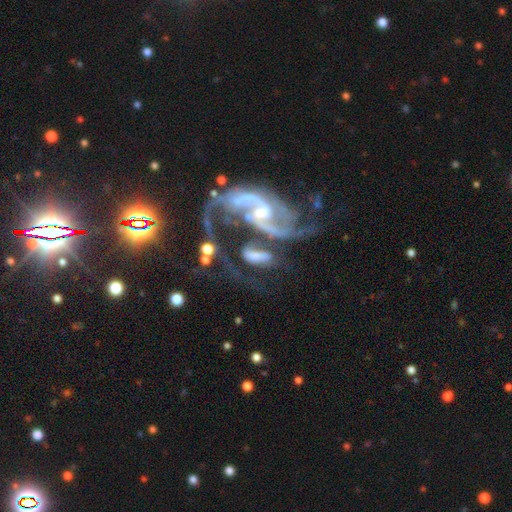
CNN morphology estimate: Smooth or featured?
  - featured or disk: 57% *
  - smooth: 32%
  - star or artifact: 11%
Edge-on disk?
  - no: 90% *
  - yes: 10%
Bar?
  - no: 39% *
  - weak: 36%
  - strong: 24%
Spiral arms?
  - yes: 83% *
  - no: 17%
Bulge size?
  - small: 39% *
  - moderate: 36%
  - none: 12%
  - large: 9%
  - dominant: 3%
Merging?
  - merger: 35% *
  - none: 28%
  - major disturbance: 21%
  - minor disturbance: 16%